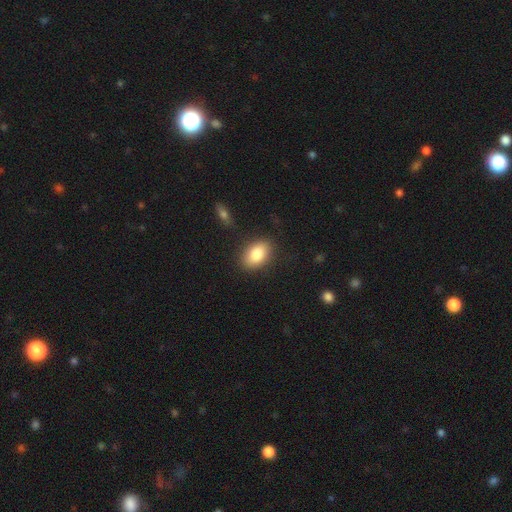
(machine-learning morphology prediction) Overall: smooth (84%). How rounded: in between (85%). Merging: none (84%).